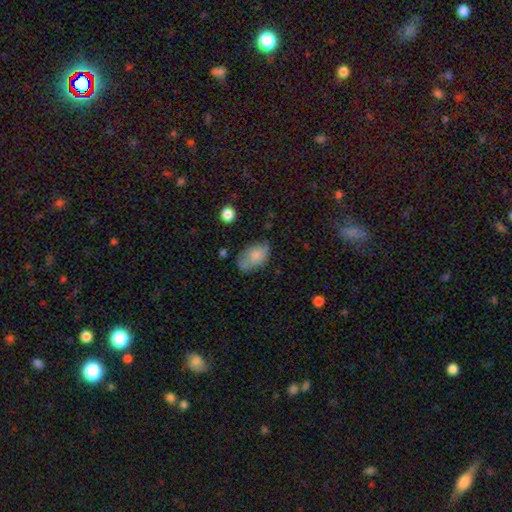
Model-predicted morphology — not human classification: type=smooth (74%); roundness=in between (87%); merging=none (46%).